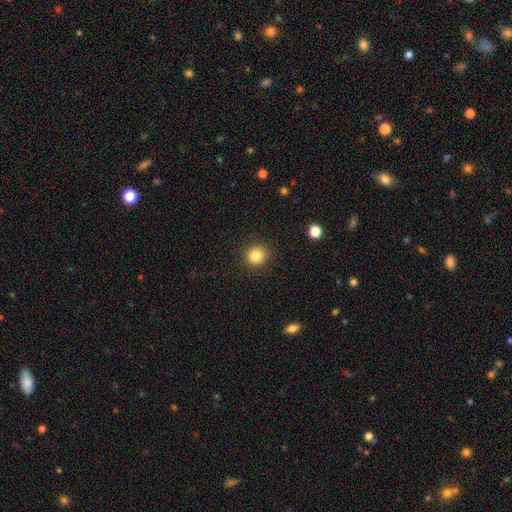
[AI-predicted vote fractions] Morphology: type=smooth (84%); roundness=round (88%); merging=none (90%).